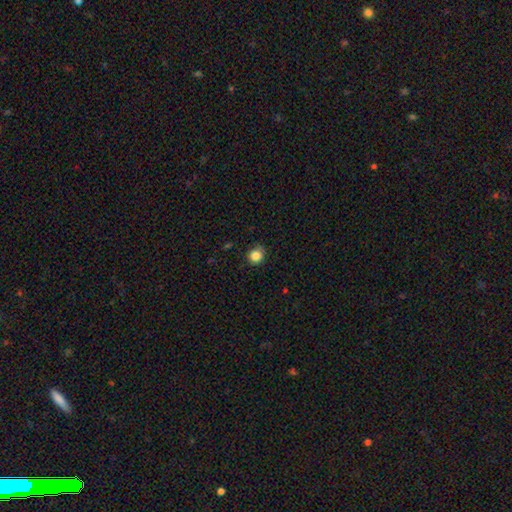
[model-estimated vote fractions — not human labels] A smooth galaxy with no disk features (84%) that is round (87%).

Vote fractions:
- Smooth or featured? smooth: 84% / star or artifact: 11% / featured or disk: 4%
- How rounded? round: 87% / in between: 12% / cigar-shaped: 1%
- Merging? none: 81% / minor disturbance: 16% / major disturbance: 3% / merger: 1%